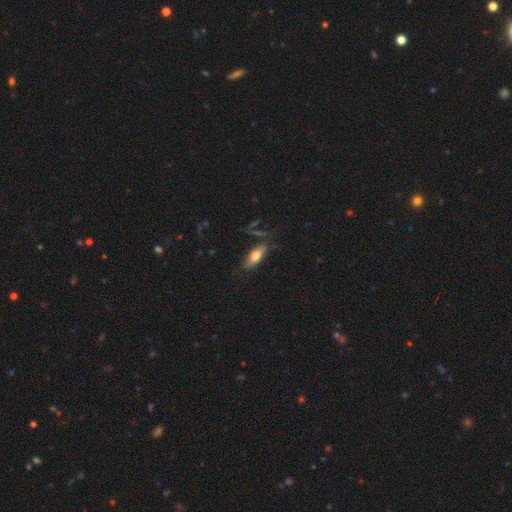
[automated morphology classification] Smooth or featured? Predicted: smooth (p=0.74). How rounded? Predicted: in between (p=0.74). Merging? Predicted: none (p=0.75).